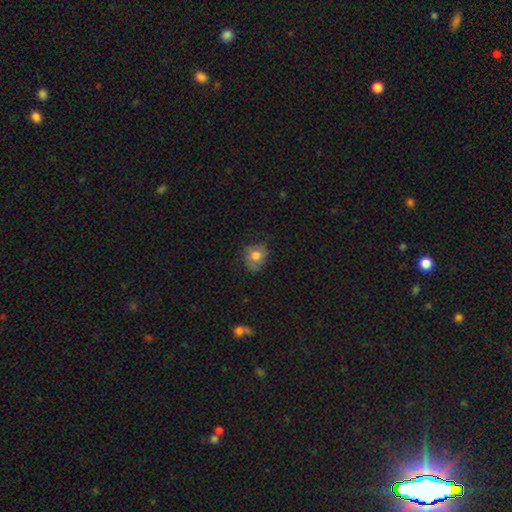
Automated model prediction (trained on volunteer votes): Q: Smooth or featured?
A: smooth (75%); runner-up: featured or disk (16%)
Q: How rounded?
A: round (59%); runner-up: in between (40%)
Q: Merging?
A: none (63%); runner-up: minor disturbance (27%)